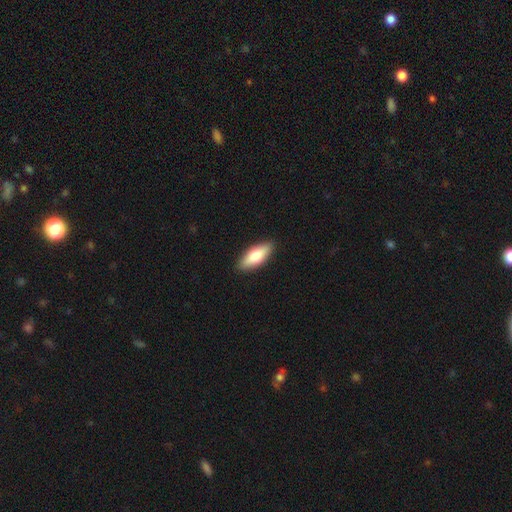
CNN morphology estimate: A smooth galaxy with no disk features (69%) that is in between round and cigar-shaped (72%).

Vote fractions:
- Smooth or featured? smooth: 69% / featured or disk: 25% / star or artifact: 6%
- How rounded? in between: 72% / cigar-shaped: 26% / round: 2%
- Merging? none: 89% / minor disturbance: 8% / major disturbance: 2% / merger: 1%